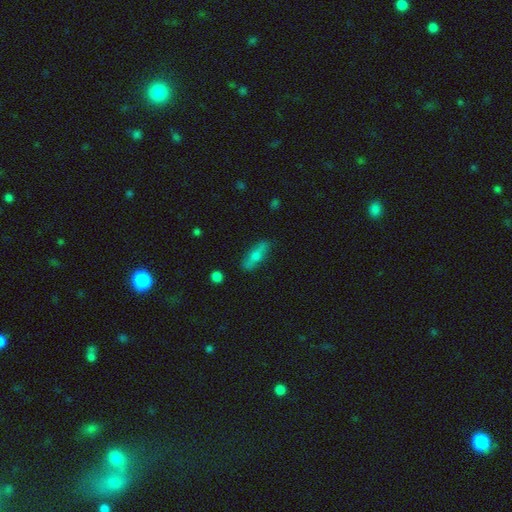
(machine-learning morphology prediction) Smooth or featured? Predicted: smooth (p=0.59). How rounded? Predicted: cigar-shaped (p=0.51). Merging? Predicted: none (p=0.81).